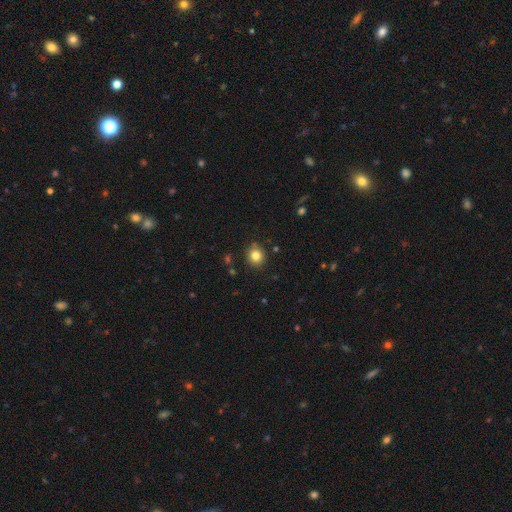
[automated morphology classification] smooth 82%, star or artifact 12%, featured or disk 7%. Down the decision tree: how rounded — round (85%); merging — none (86%).